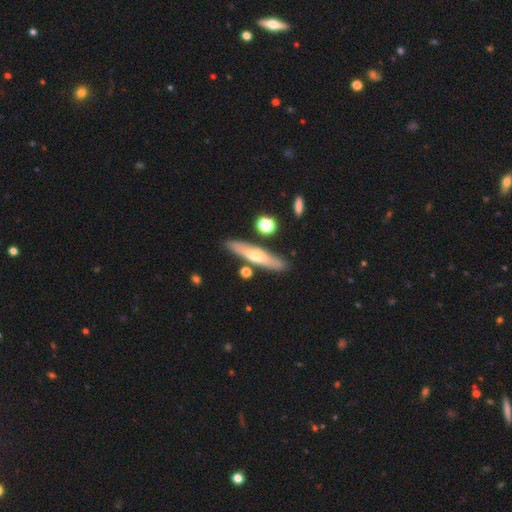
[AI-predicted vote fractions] Smooth or featured: featured or disk — 50% (smooth — 43%)
Edge-on disk: yes — 82% (no — 18%)
Merging: none — 83% (minor disturbance — 10%)